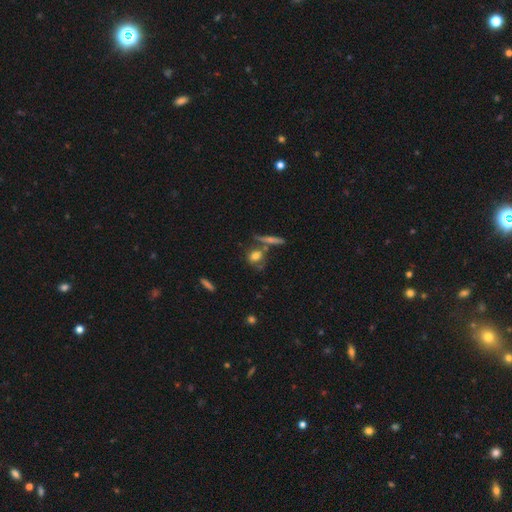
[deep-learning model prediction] Overall: smooth (69%). How rounded: round (49%; in between 39%). Merging: none (57%; merger 21%).